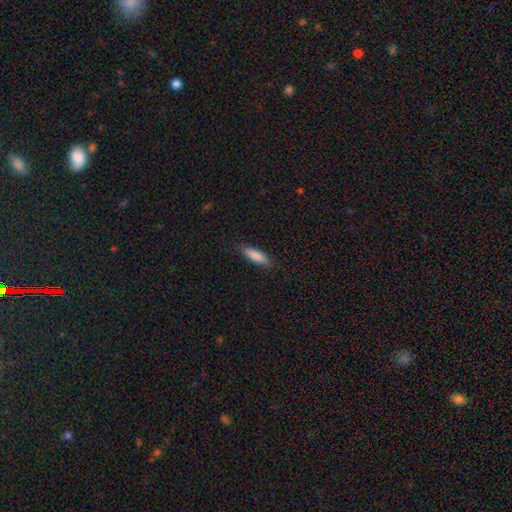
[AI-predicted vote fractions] smooth-or-featured: smooth: 87% | featured or disk: 8% | star or artifact: 6%
  how-rounded: cigar-shaped: 57% | in between: 41% | round: 2%
  merging: none: 86% | minor disturbance: 11% | major disturbance: 2% | merger: 1%